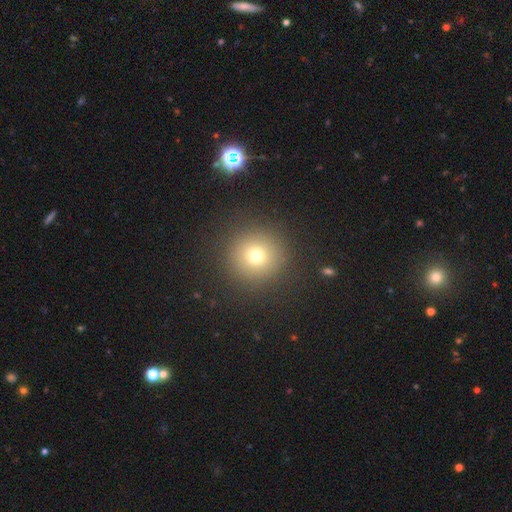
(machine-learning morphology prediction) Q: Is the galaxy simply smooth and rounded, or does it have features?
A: smooth — 72%.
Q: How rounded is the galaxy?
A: round — 95%.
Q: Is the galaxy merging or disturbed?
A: none — 89%.